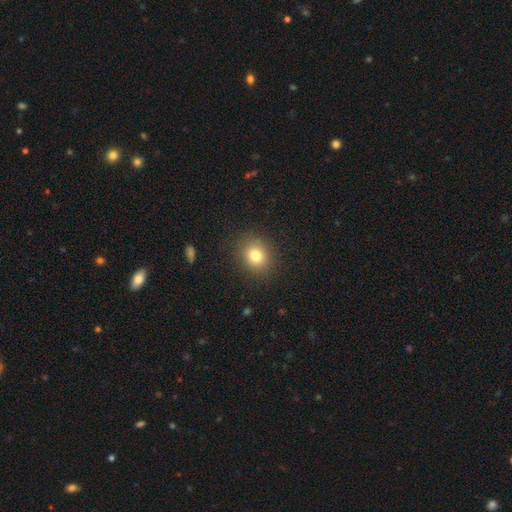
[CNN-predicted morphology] A smooth galaxy with no disk features (79%) that is round (73%). Merging: none (88%).